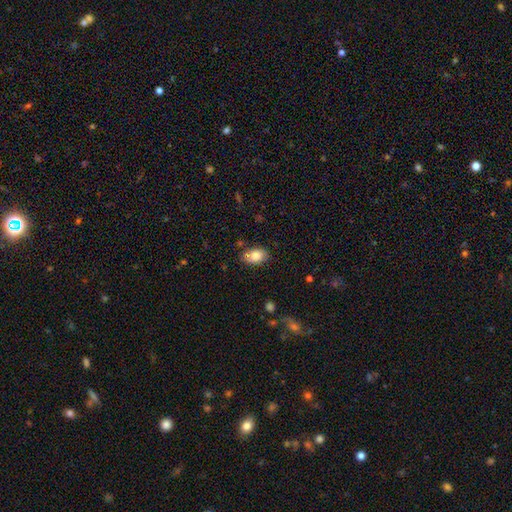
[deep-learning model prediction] Overall: smooth (82%). How rounded: in between (85%). Merging: none (74%).